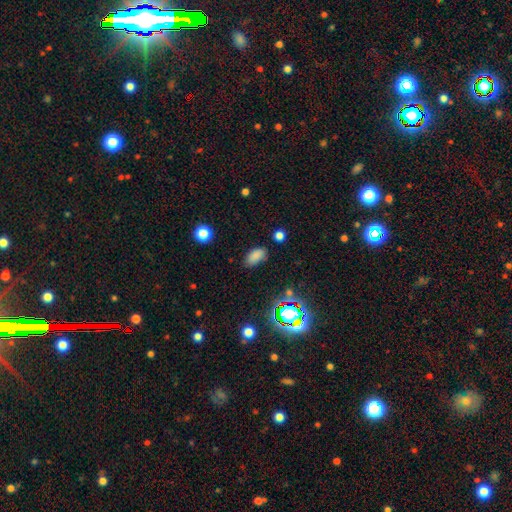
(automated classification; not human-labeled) Overall: smooth (79%). How rounded: in between (92%). Merging: none (80%).